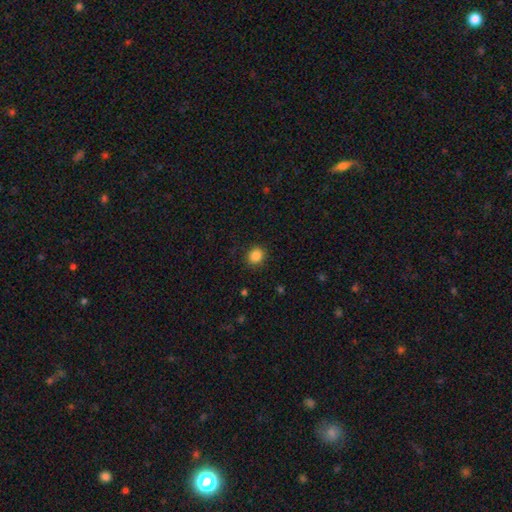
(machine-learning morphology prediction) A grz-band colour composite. It shows a smooth galaxy with no disk features (86%) that is round (76%). Merging: none (89%).